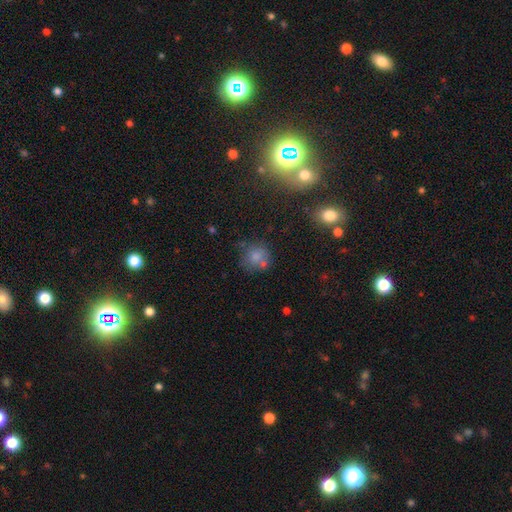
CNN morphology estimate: type=smooth (59%); roundness=round (84%); merging=none (67%).